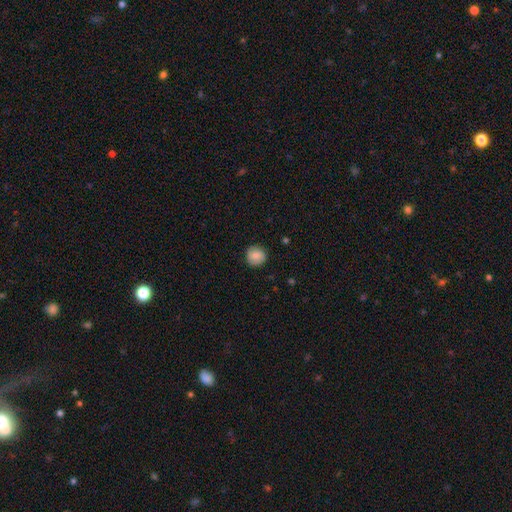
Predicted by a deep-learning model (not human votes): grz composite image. It shows a smooth galaxy with no disk features (72%) that is round (89%). Merging: none (85%).